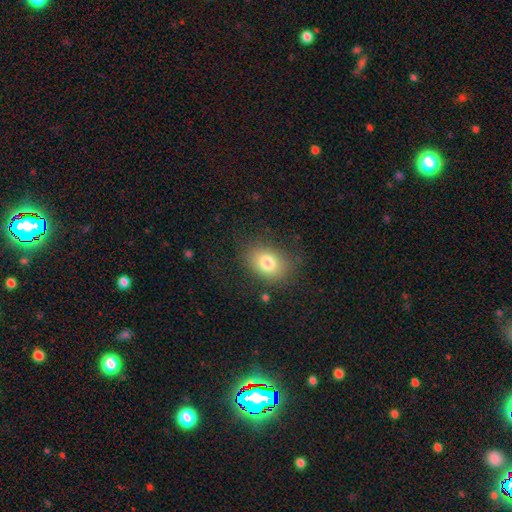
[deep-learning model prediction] Morphology: type=smooth (64%); roundness=in between (59%); merging=none (85%).